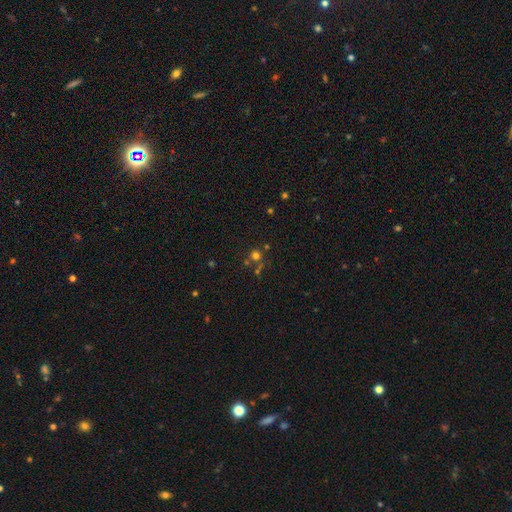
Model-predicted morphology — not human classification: Overall: smooth (60%; star or artifact 30%). How rounded: round (91%). Merging: none (63%; merger 24%).